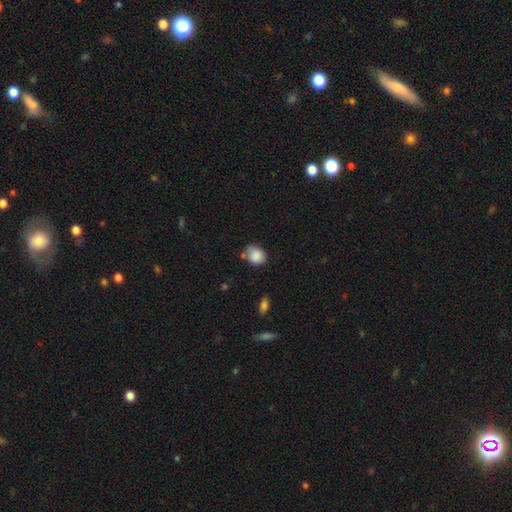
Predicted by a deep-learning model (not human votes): Smooth or featured? smooth (86%)
How rounded? round (57%)
Merging? none (62%)